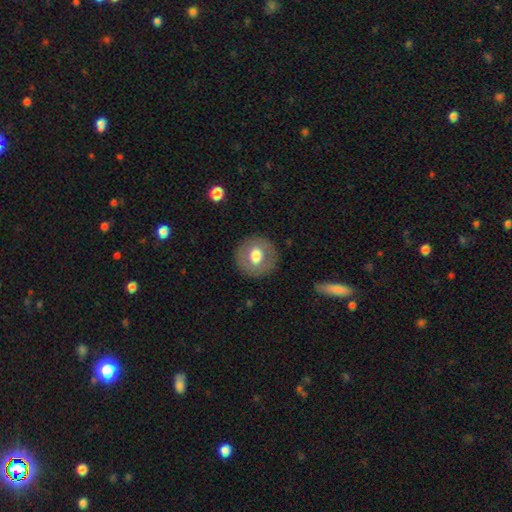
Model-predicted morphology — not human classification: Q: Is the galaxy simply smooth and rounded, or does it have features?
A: smooth — 66%.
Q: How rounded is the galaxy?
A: round — 87%.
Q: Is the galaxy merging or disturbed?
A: none — 86%.